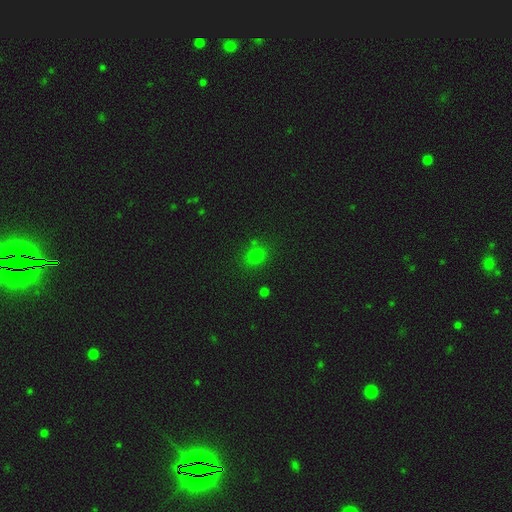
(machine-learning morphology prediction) Smooth or featured? smooth (75%)
How rounded? round (62%)
Merging? none (78%)